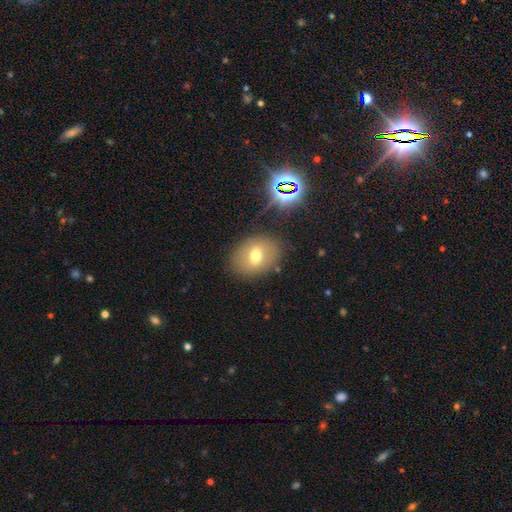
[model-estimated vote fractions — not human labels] smooth 61%, featured or disk 25%, star or artifact 14%. Down the decision tree: how rounded — in between (59%); merging — none (81%).